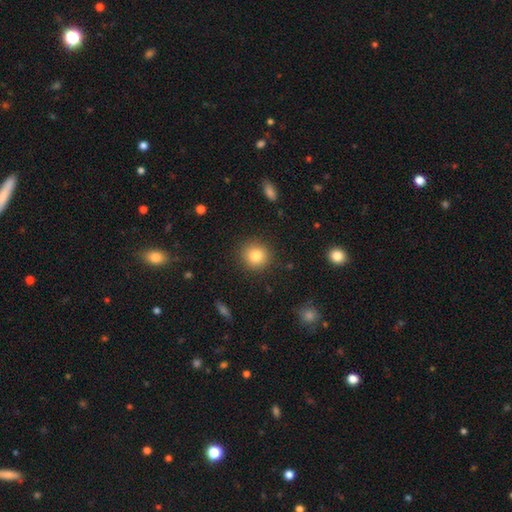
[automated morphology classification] This appears to be a smooth galaxy with no disk features (83%) that is round (90%). Merging: none (90%).